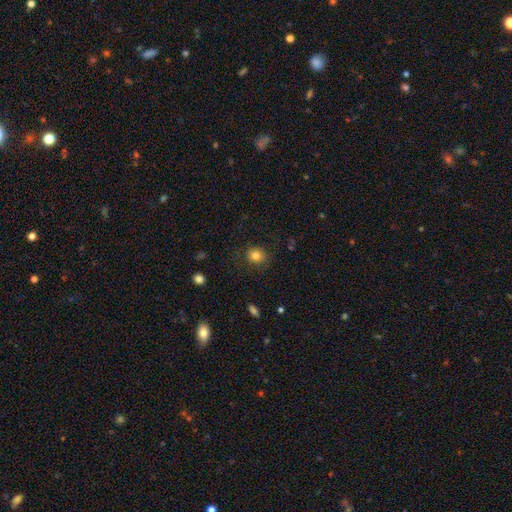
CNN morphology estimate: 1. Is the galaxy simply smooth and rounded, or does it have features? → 82% smooth, 11% star or artifact, 7% featured or disk.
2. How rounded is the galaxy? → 76% round, 23% in between, 1% cigar-shaped.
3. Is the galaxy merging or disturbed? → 82% none, 13% minor disturbance, 4% major disturbance, 1% merger.